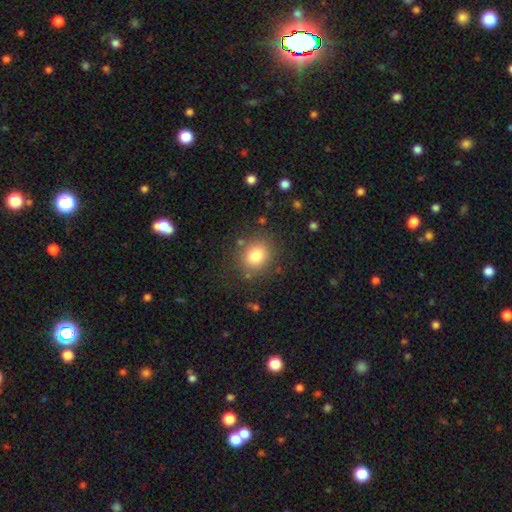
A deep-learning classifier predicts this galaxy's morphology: Smooth or featured: smooth — 80% (star or artifact — 12%)
How rounded: round — 70% (in between — 30%)
Merging: none — 83% (minor disturbance — 10%)